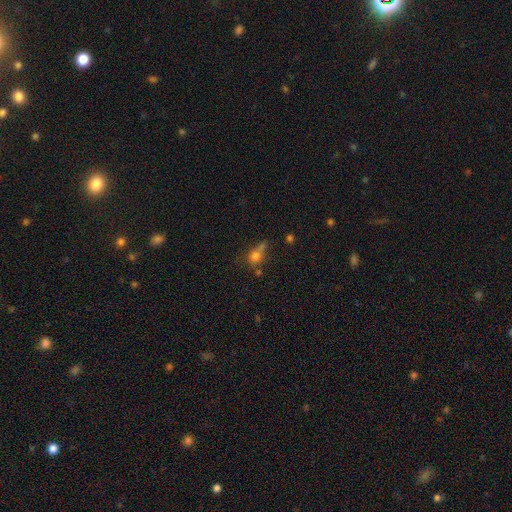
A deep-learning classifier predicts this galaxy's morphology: smooth 69%, featured or disk 16%, star or artifact 15%. Down the decision tree: how rounded — round (58%); merging — none (43%).